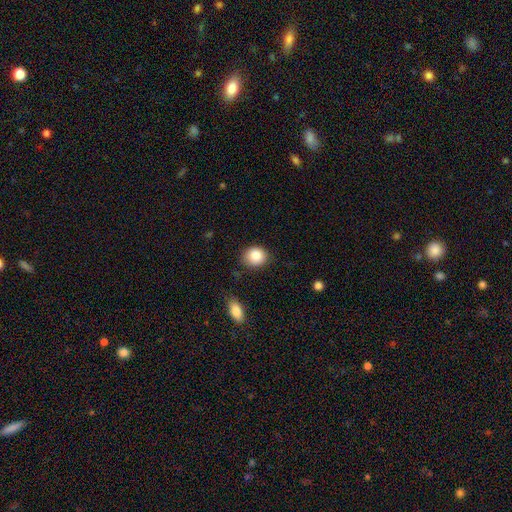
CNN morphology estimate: Overall: smooth (87%). How rounded: round (73%). Merging: none (81%).